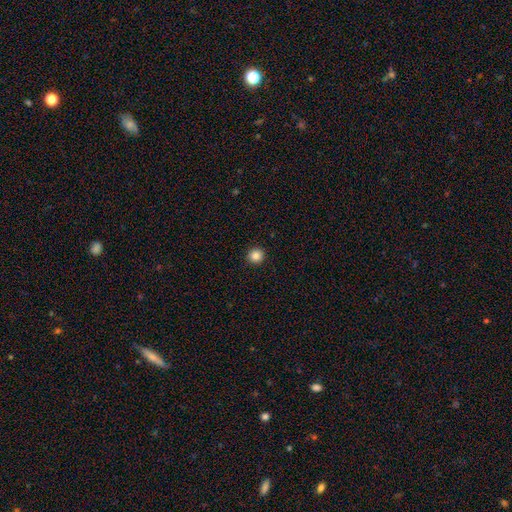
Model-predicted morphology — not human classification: A smooth galaxy with no disk features (86%) that is round (94%). Merging: none (93%).